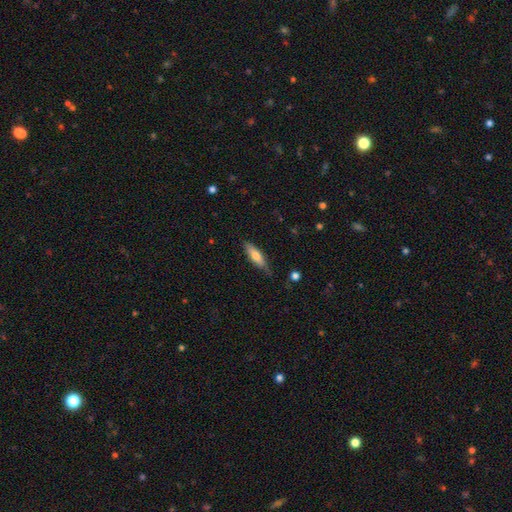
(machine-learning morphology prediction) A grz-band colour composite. It shows a smooth galaxy with no disk features (68%) that is cigar-shaped (55%). Merging: none (72%).